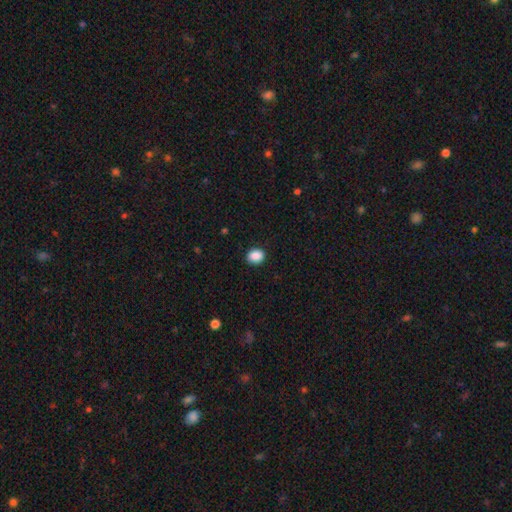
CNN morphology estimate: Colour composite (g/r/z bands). It shows a smooth galaxy with no disk features (89%) that is round (57%). Merging: none (88%).